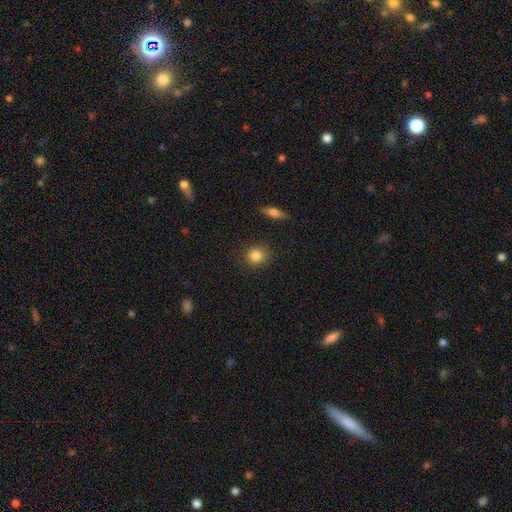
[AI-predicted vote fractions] This is clearly a smooth galaxy (85%). How rounded: clearly round (80%). Merging: clearly none (88%).